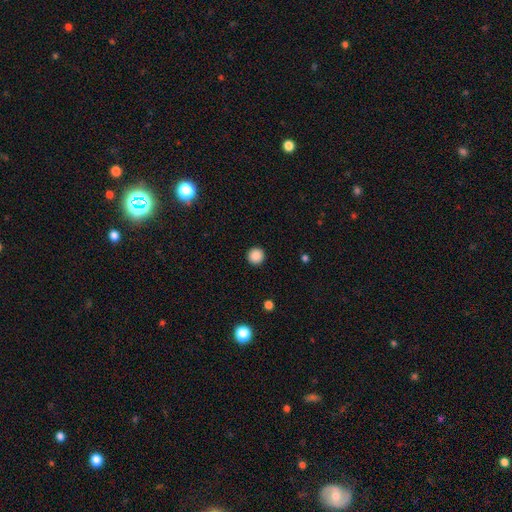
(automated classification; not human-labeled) Smooth or featured? Predicted: smooth (p=0.87). How rounded? Predicted: round (p=0.96). Merging? Predicted: none (p=0.93).